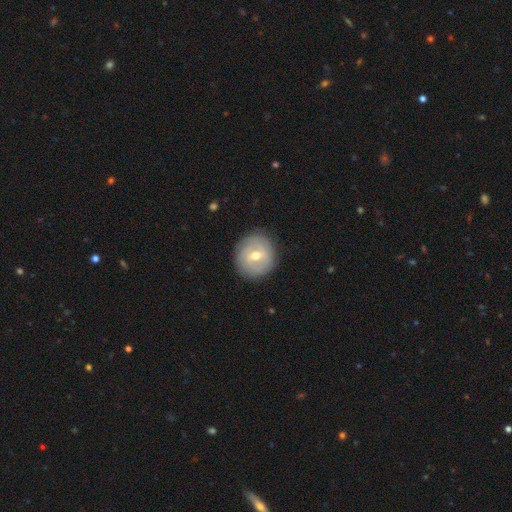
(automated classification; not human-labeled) Smooth or featured: featured or disk — 57% (smooth — 36%)
Edge-on disk: no — 96% (yes — 4%)
Bar: weak — 53% (no — 26%)
Spiral arms: yes — 59% (no — 41%)
Bulge size: moderate — 74% (small — 21%)
Merging: none — 85% (minor disturbance — 11%)